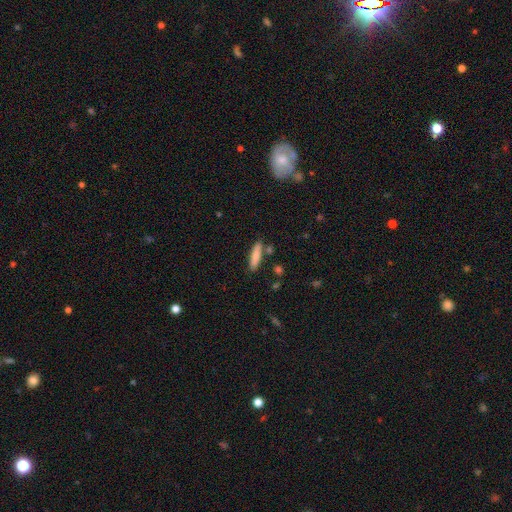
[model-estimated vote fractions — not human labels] The model was most divided on "how rounded": cigar-shaped: 78%, in between: 20%, round: 2%. More confident: smooth or featured — smooth (80%); merging — none (80%).